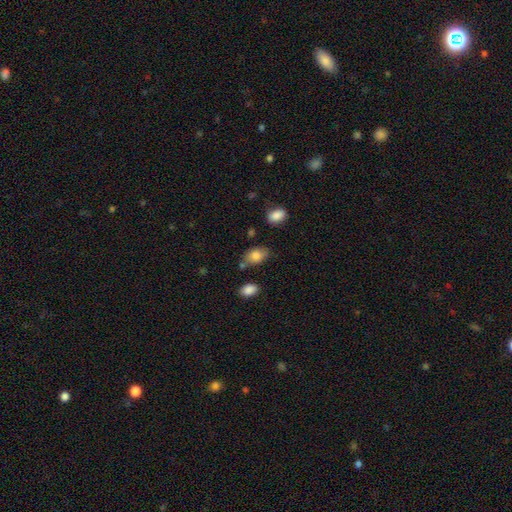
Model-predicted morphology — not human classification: The model was most divided on "merging": none: 66%, minor disturbance: 21%, merger: 8%, major disturbance: 5%. More confident: how rounded — in between (88%); smooth or featured — smooth (82%).